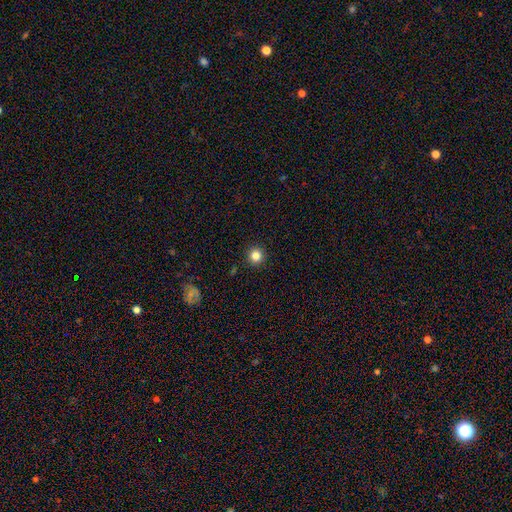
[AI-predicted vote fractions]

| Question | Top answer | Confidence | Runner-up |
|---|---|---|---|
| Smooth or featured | smooth | 83% | star or artifact (12%) |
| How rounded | round | 95% | in between (4%) |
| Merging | none | 93% | minor disturbance (5%) |